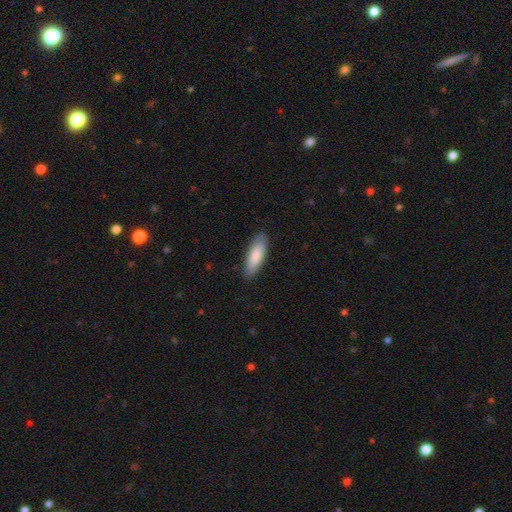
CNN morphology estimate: Smooth or featured?
  - smooth: 82% *
  - featured or disk: 12%
  - star or artifact: 5%
How rounded?
  - in between: 57% *
  - cigar-shaped: 41%
  - round: 2%
Merging?
  - none: 86% *
  - minor disturbance: 11%
  - major disturbance: 2%
  - merger: 1%